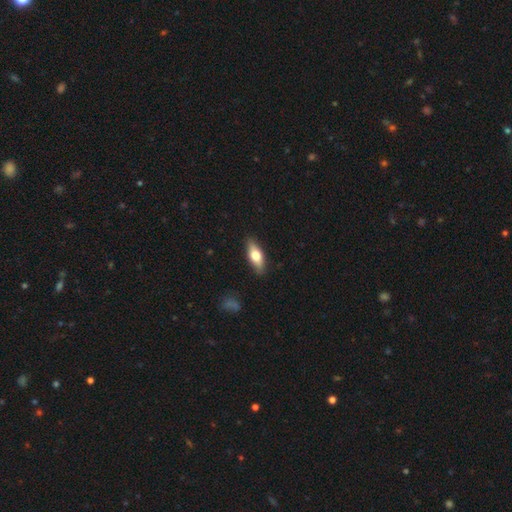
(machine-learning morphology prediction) Smooth or featured: smooth — 64% (featured or disk — 30%)
How rounded: in between — 68% (cigar-shaped — 29%)
Merging: none — 87% (minor disturbance — 10%)